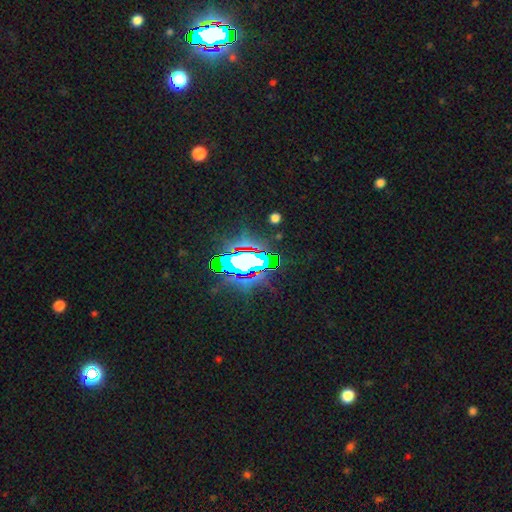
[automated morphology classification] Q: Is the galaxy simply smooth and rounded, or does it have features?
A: star or artifact — 73%.